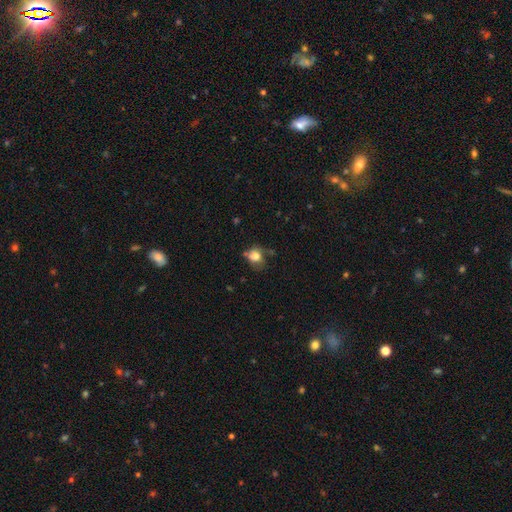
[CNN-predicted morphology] This appears to be a smooth galaxy with no disk features (76%) that is round (63%). Merging: none (45%).